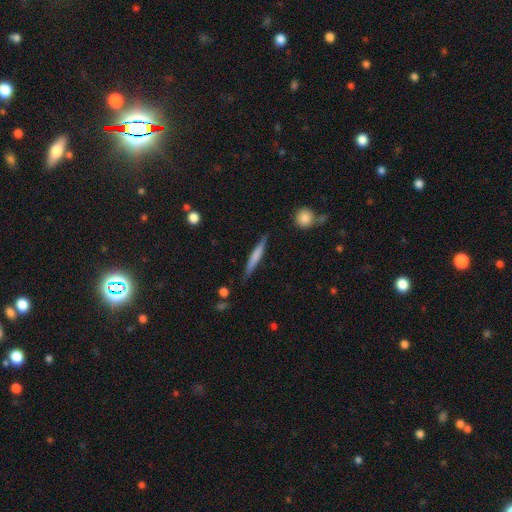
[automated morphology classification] Smooth or featured?
  - smooth: 59% *
  - featured or disk: 35%
  - star or artifact: 6%
How rounded?
  - cigar-shaped: 94% *
  - in between: 5%
  - round: 2%
Merging?
  - none: 84% *
  - minor disturbance: 12%
  - major disturbance: 2%
  - merger: 2%